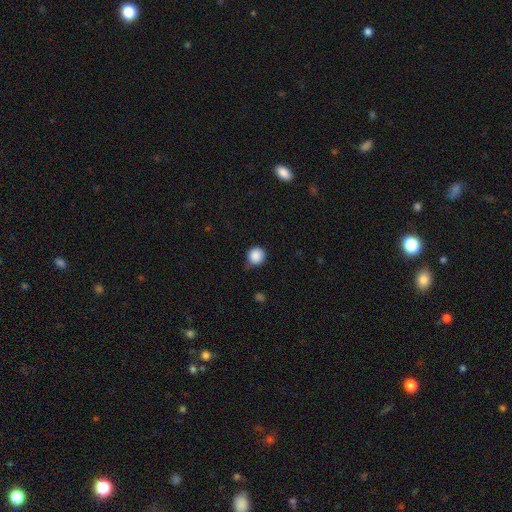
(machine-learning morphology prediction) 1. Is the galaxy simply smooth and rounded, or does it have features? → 88% smooth, 9% star or artifact, 3% featured or disk.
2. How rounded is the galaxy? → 93% round, 6% in between, 1% cigar-shaped.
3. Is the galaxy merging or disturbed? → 76% none, 19% minor disturbance, 4% major disturbance, 2% merger.